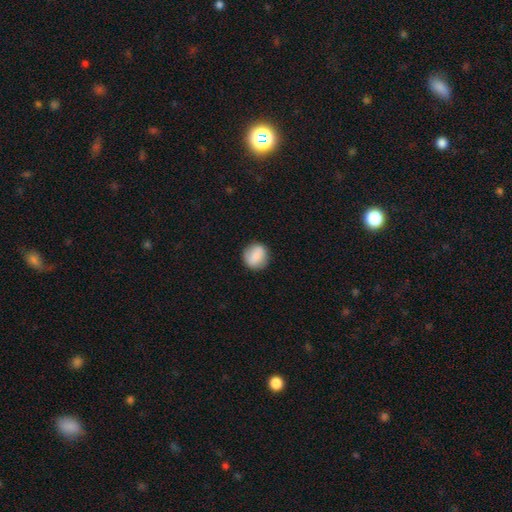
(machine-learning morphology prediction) A smooth galaxy with no disk features (84%) that is round (83%).

Vote fractions:
- Smooth or featured? smooth: 84% / featured or disk: 9% / star or artifact: 7%
- How rounded? round: 83% / in between: 16% / cigar-shaped: 1%
- Merging? none: 84% / minor disturbance: 12% / major disturbance: 3% / merger: 1%